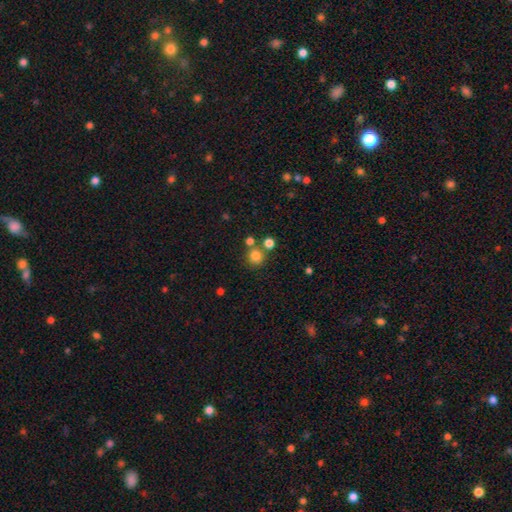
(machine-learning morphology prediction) Smooth or featured? Predicted: smooth (p=0.80). How rounded? Predicted: round (p=0.92). Merging? Predicted: none (p=0.71).